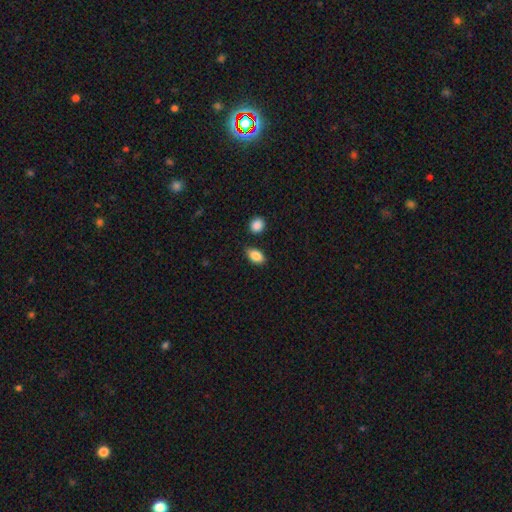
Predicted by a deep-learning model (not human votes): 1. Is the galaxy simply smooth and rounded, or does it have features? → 87% smooth, 8% star or artifact, 5% featured or disk.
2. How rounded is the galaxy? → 87% in between, 10% round, 3% cigar-shaped.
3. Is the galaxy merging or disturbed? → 79% none, 13% minor disturbance, 4% merger, 3% major disturbance.